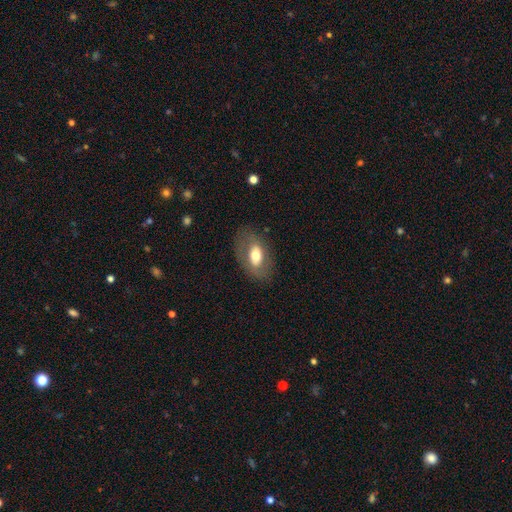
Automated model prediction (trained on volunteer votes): This is possibly a smooth galaxy (58%). How rounded: clearly in between (89%). Merging: likely none (75%).